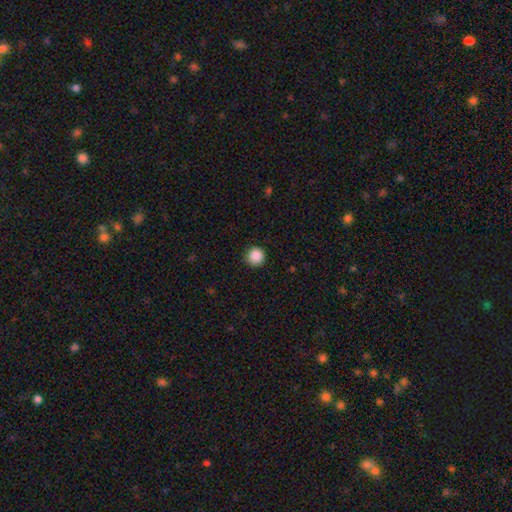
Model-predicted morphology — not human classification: Smooth or featured? smooth (88%)
How rounded? round (95%)
Merging? none (90%)